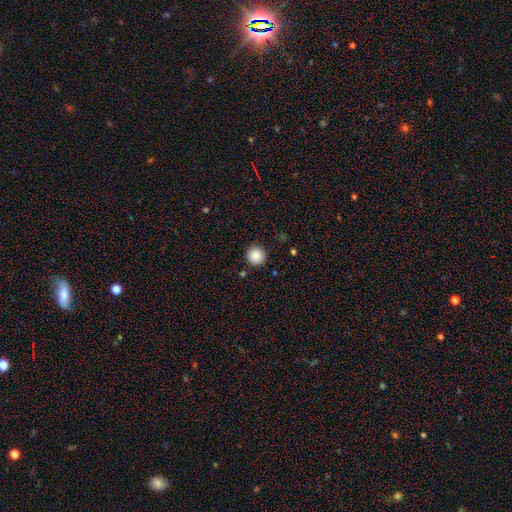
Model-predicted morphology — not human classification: Smooth or featured: smooth — 87% (star or artifact — 9%)
How rounded: round — 95% (in between — 4%)
Merging: none — 91% (minor disturbance — 6%)